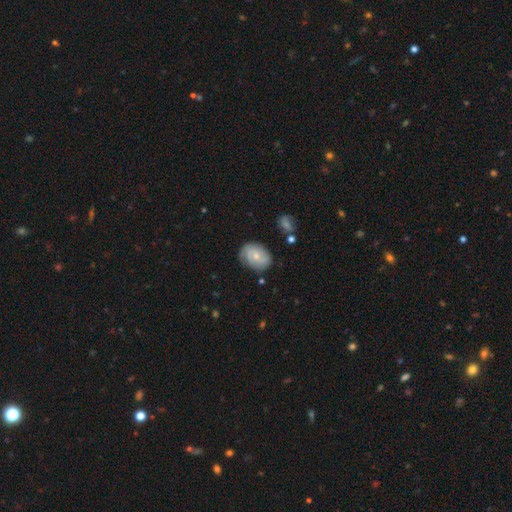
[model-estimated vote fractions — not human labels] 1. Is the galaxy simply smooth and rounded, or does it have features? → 50% featured or disk, 43% smooth, 7% star or artifact.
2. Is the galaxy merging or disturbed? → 66% none, 25% minor disturbance, 7% major disturbance, 3% merger.